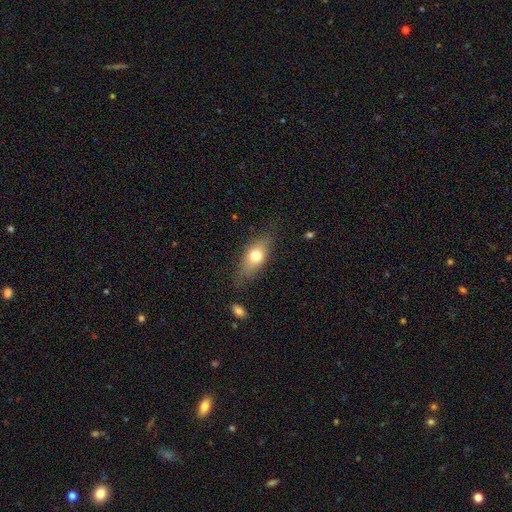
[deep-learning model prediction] Smooth or featured?
  - smooth: 66% *
  - featured or disk: 26%
  - star or artifact: 8%
How rounded?
  - in between: 72% *
  - cigar-shaped: 19%
  - round: 9%
Merging?
  - none: 72% *
  - minor disturbance: 20%
  - major disturbance: 6%
  - merger: 2%